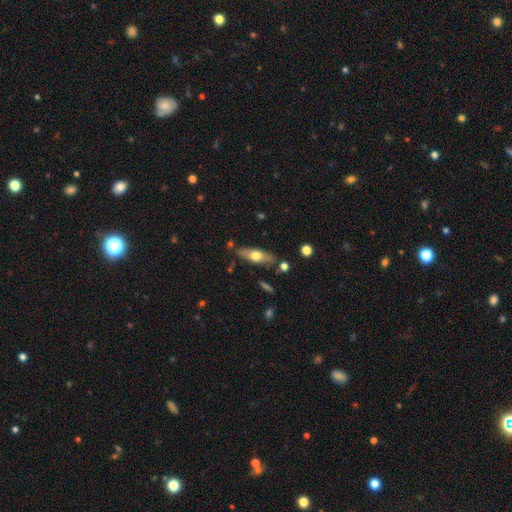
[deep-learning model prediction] Smooth or featured: smooth — 54% (featured or disk — 40%)
How rounded: in between — 54% (cigar-shaped — 43%)
Merging: none — 79% (minor disturbance — 13%)